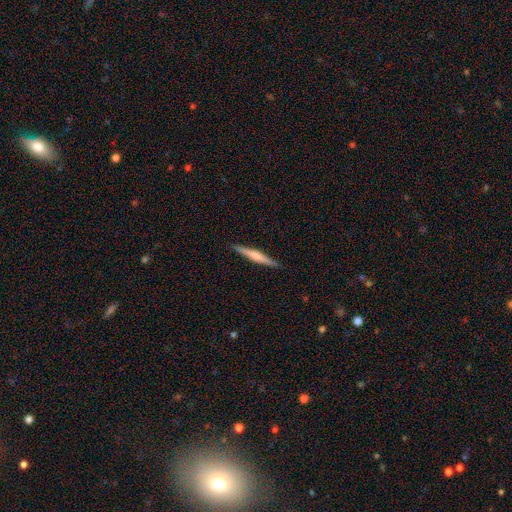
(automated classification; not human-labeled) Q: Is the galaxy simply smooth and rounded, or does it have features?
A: featured or disk — 57%.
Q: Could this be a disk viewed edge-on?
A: yes — 98%.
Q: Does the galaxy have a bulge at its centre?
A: rounded — 64%.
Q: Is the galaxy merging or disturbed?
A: none — 91%.